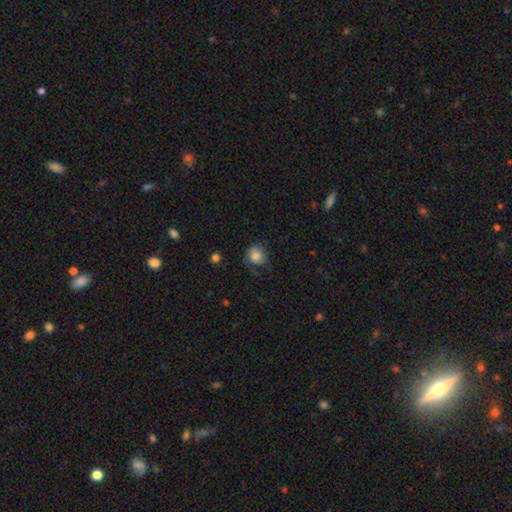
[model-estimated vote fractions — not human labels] Smooth or featured? Predicted: smooth (p=0.76). How rounded? Predicted: round (p=0.72). Merging? Predicted: none (p=0.57).